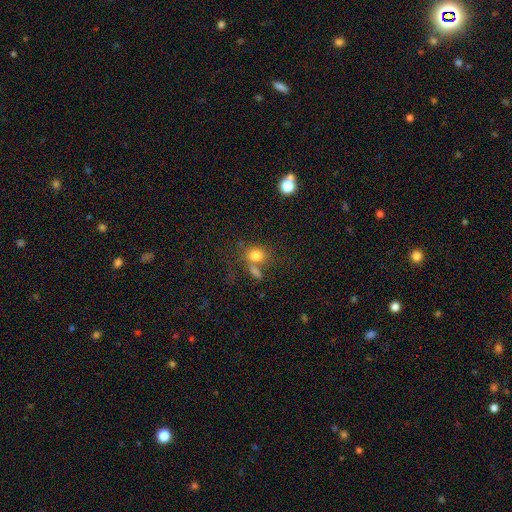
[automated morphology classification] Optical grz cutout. It shows a smooth galaxy with no disk features (78%) that is in between round and cigar-shaped (50%). Merging: none (48%).